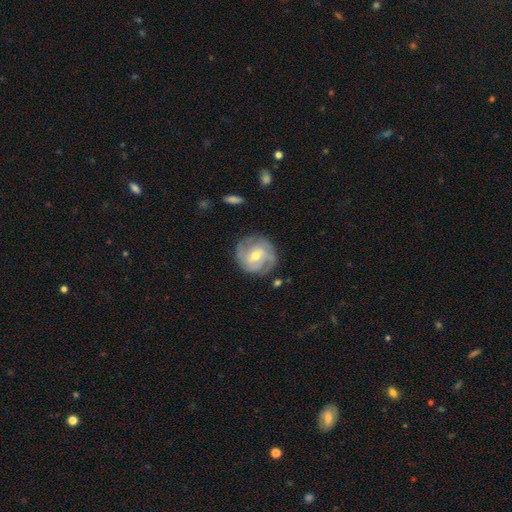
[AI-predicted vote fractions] Smooth or featured? featured or disk (79%)
Edge-on disk? no (97%)
Bar? weak (52%)
Spiral arms? yes (92%)
Spiral winding? tight (55%)
Spiral arm count? can't tell (29%)
Bulge size? moderate (62%)
Merging? none (78%)